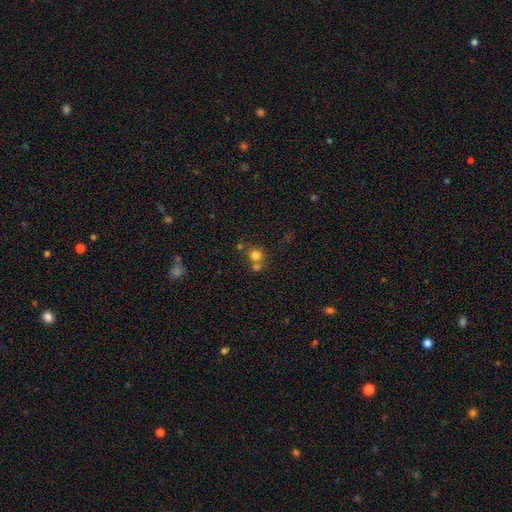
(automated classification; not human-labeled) smooth 76%, star or artifact 15%, featured or disk 9%. Down the decision tree: how rounded — round (89%); merging — none (55%).